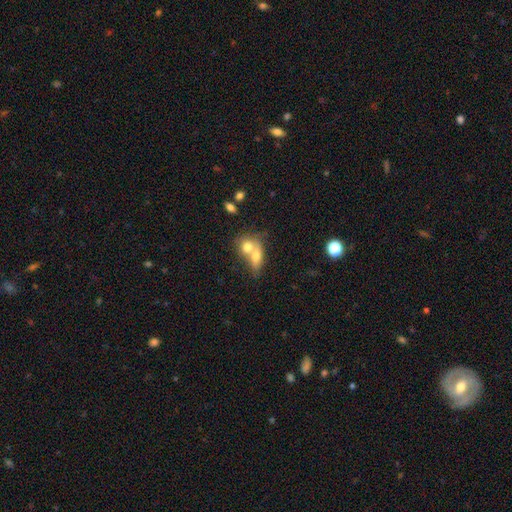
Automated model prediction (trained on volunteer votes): smooth 70%, featured or disk 22%, star or artifact 8%. Down the decision tree: how rounded — in between (62%); merging — merger (70%).